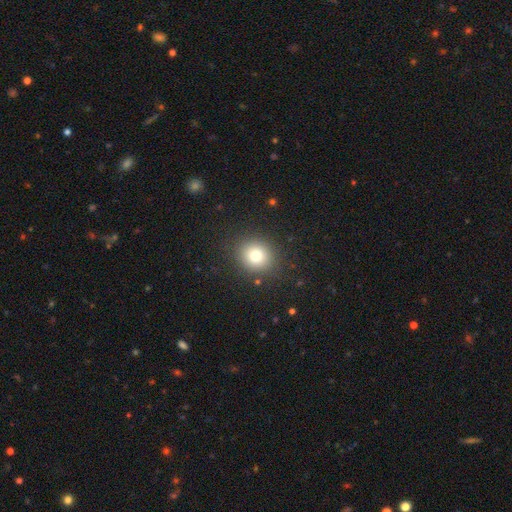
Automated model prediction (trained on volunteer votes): A smooth galaxy with no disk features (77%) that is round (84%). Merging: none (88%).